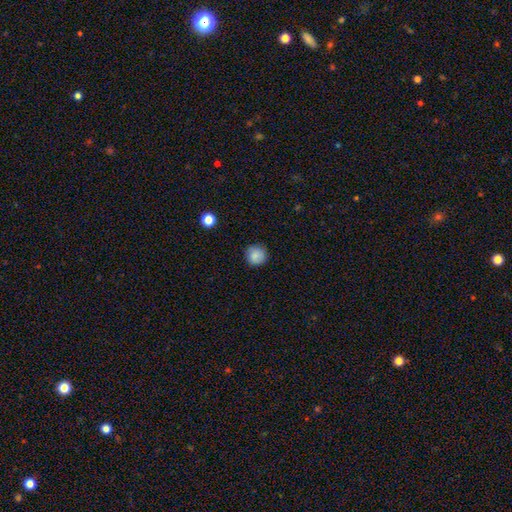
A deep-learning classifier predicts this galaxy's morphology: Overall: smooth (85%). How rounded: round (93%). Merging: none (85%).